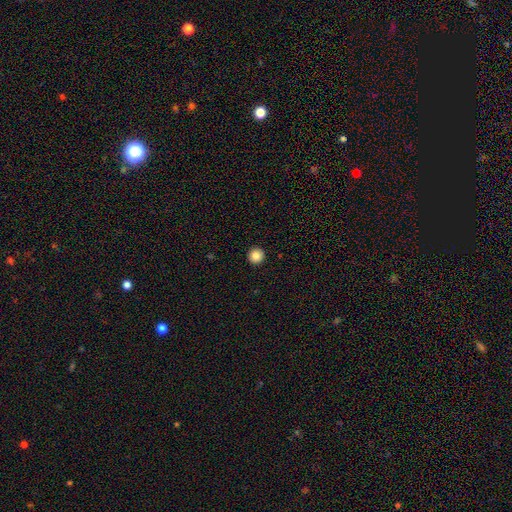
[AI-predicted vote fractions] A smooth galaxy with no disk features (85%) that is round (97%). Merging: none (94%).